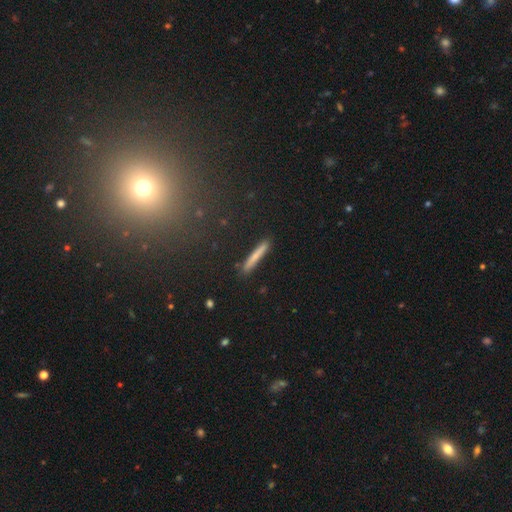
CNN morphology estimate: This appears to be a smooth galaxy with no disk features (72%) that is cigar-shaped (95%). Merging: none (89%).